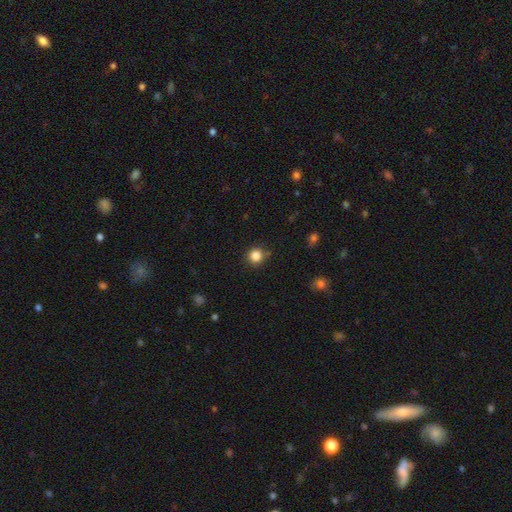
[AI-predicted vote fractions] A smooth galaxy with no disk features (84%) that is round (93%). Merging: none (85%).